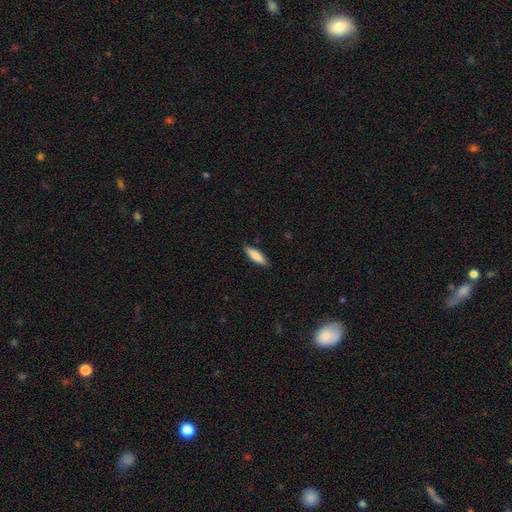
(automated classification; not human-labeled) This appears to be a smooth galaxy with no disk features (83%) that is cigar-shaped (61%). Merging: none (87%).